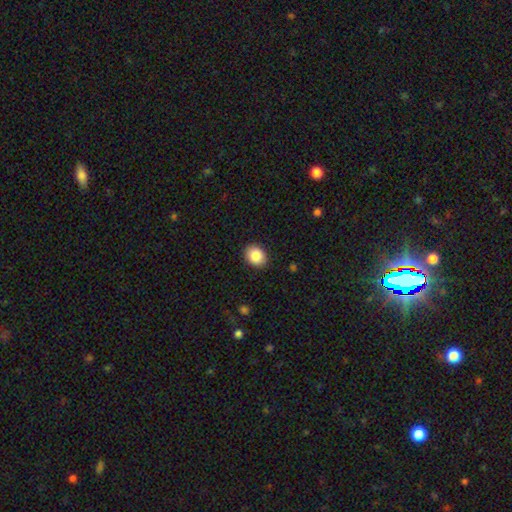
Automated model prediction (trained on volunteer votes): Overall: smooth (88%). How rounded: round (50%; in between 49%). Merging: none (90%).